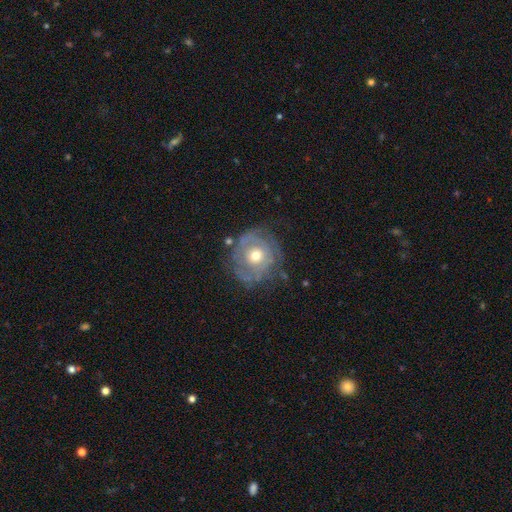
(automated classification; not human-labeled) A featured or disk galaxy (62%) with no bar (86%), spiral arms (54%) and a moderate central bulge (64%).

Vote fractions:
- Smooth or featured? featured or disk: 62% / smooth: 30% / star or artifact: 8%
- Edge-on disk? no: 96% / yes: 4%
- Bar? no: 86% / weak: 11% / strong: 3%
- Spiral arms? yes: 54% / no: 46%
- Bulge size? moderate: 64% / small: 29% / large: 5% / dominant: 1% / none: 1%
- Merging? none: 60% / minor disturbance: 23% / major disturbance: 14% / merger: 3%